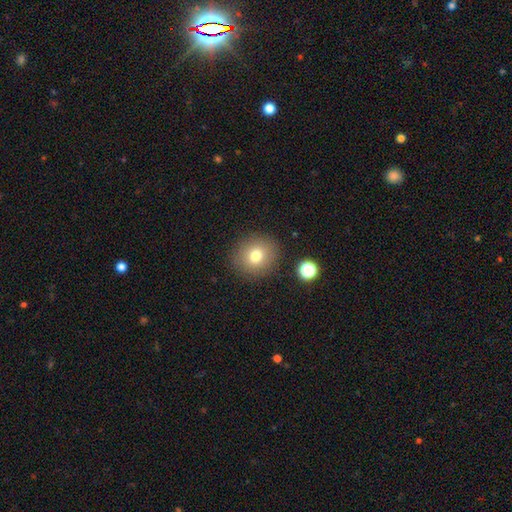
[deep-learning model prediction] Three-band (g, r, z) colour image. It shows a smooth galaxy with no disk features (76%) that is round (84%). Merging: none (87%).